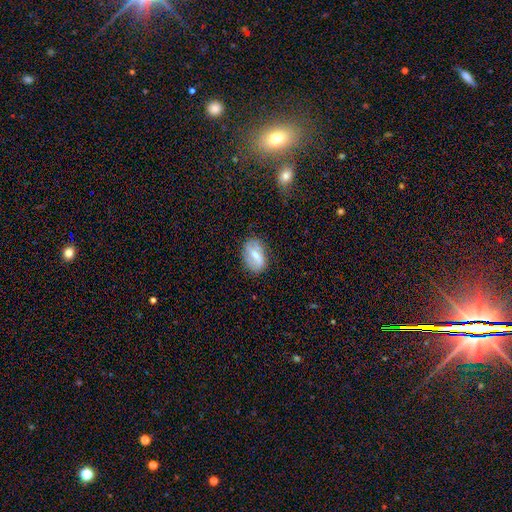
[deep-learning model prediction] Smooth or featured?
  - featured or disk: 53% *
  - smooth: 39%
  - star or artifact: 9%
Edge-on disk?
  - no: 94% *
  - yes: 6%
Merging?
  - none: 74% *
  - minor disturbance: 19%
  - major disturbance: 6%
  - merger: 2%